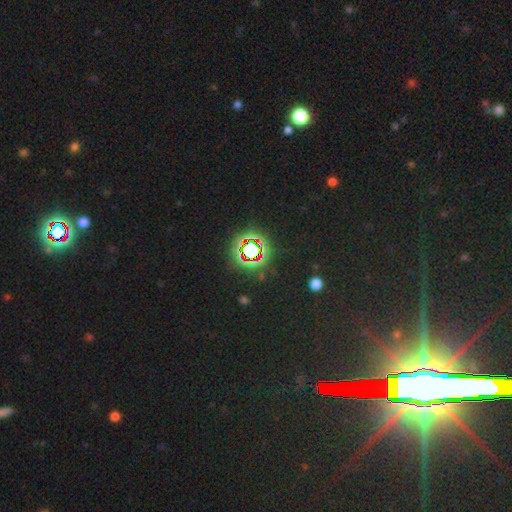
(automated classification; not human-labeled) smooth-or-featured: star or artifact: 77% | smooth: 14% | featured or disk: 8%